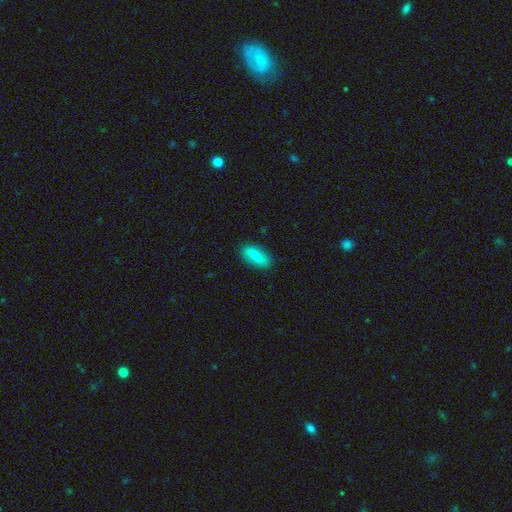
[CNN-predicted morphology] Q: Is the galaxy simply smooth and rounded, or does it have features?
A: smooth — 71%.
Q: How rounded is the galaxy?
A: in between — 70%.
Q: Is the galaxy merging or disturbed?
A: none — 85%.